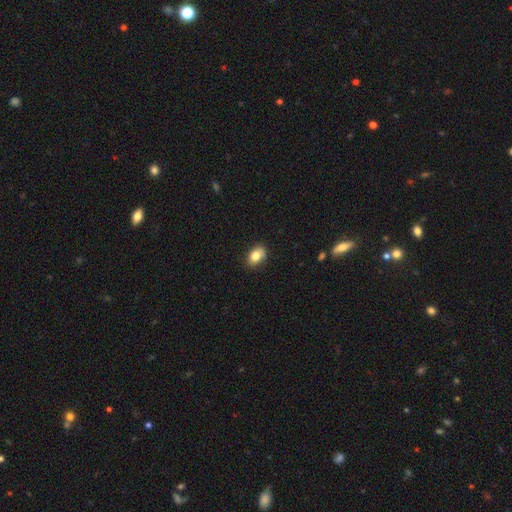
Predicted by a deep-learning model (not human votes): Smooth or featured? smooth (81%)
How rounded? in between (80%)
Merging? none (78%)